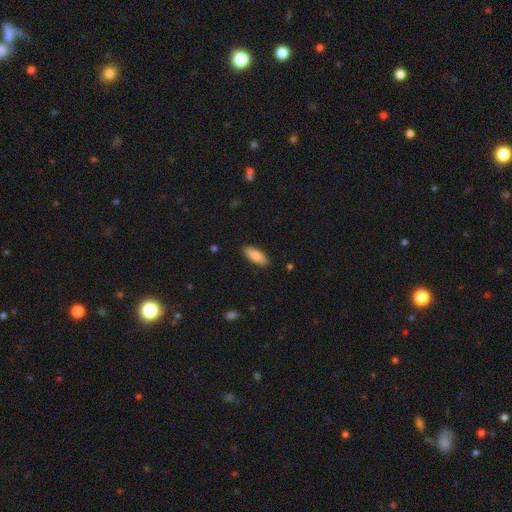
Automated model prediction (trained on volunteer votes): Morphology: type=smooth (87%); roundness=in between (79%); merging=none (88%).